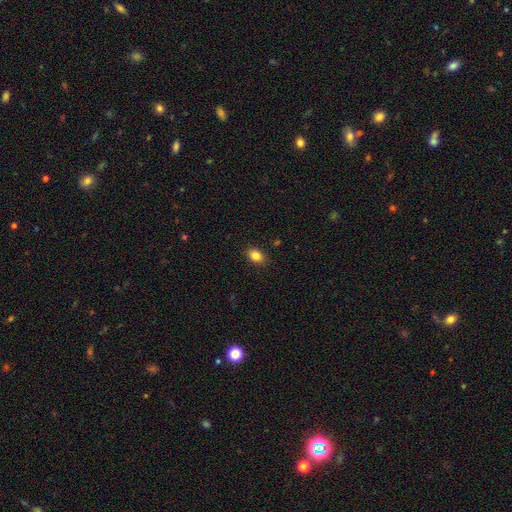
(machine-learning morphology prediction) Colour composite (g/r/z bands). It shows a smooth galaxy with no disk features (85%) that is in between round and cigar-shaped (75%). Merging: none (89%).